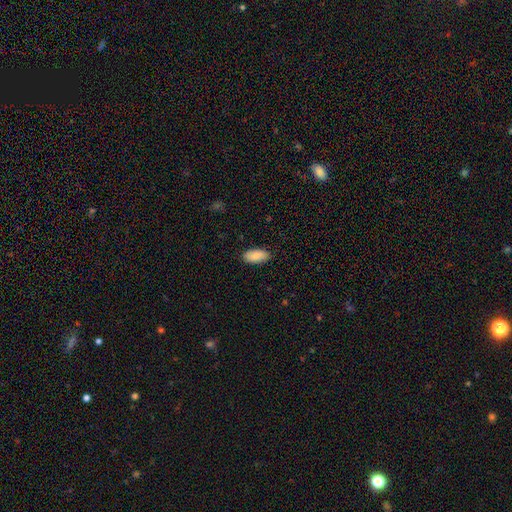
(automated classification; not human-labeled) A smooth galaxy with no disk features (88%) that is in between round and cigar-shaped (92%).

Vote fractions:
- Smooth or featured? smooth: 88% / star or artifact: 6% / featured or disk: 6%
- How rounded? in between: 92% / cigar-shaped: 6% / round: 2%
- Merging? none: 88% / minor disturbance: 9% / major disturbance: 2% / merger: 1%